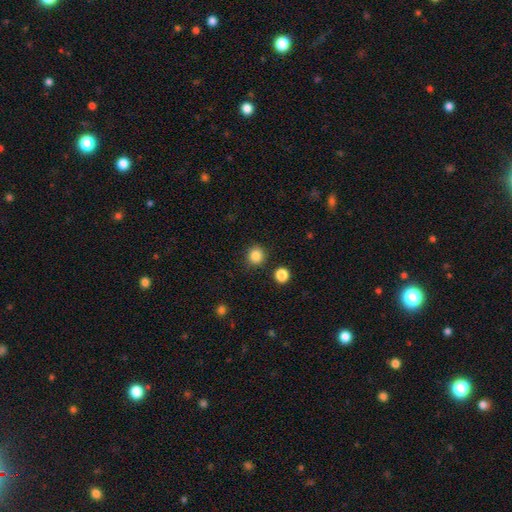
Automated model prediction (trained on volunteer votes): Smooth or featured: smooth — 85% (star or artifact — 11%)
How rounded: round — 92% (in between — 7%)
Merging: none — 87% (minor disturbance — 7%)